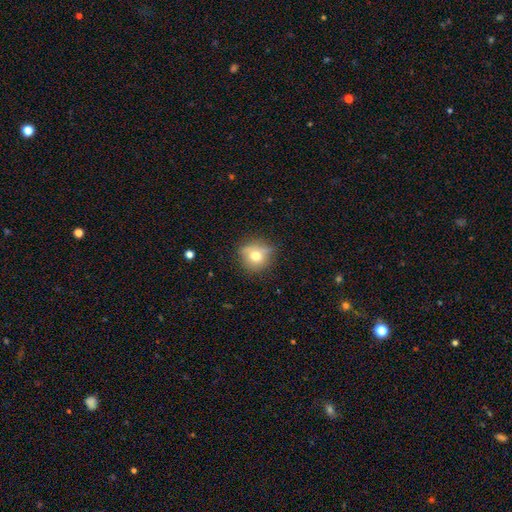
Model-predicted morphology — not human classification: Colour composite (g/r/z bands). It shows a smooth galaxy with no disk features (65%) that is round (87%). Merging: none (69%).